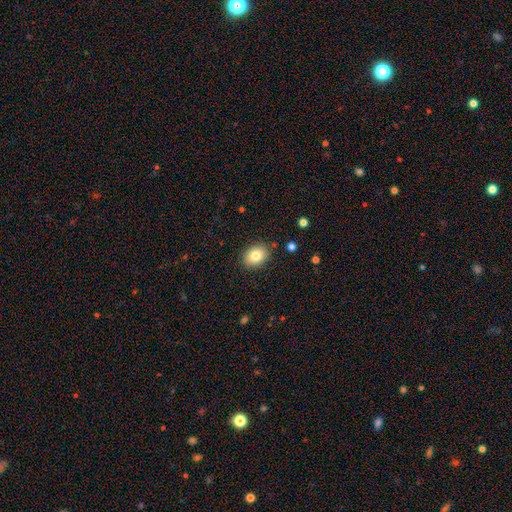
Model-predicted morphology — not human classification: smooth-or-featured: smooth: 82% | featured or disk: 9% | star or artifact: 9%
  how-rounded: in between: 65% | round: 34% | cigar-shaped: 1%
  merging: none: 87% | minor disturbance: 9% | major disturbance: 2% | merger: 1%